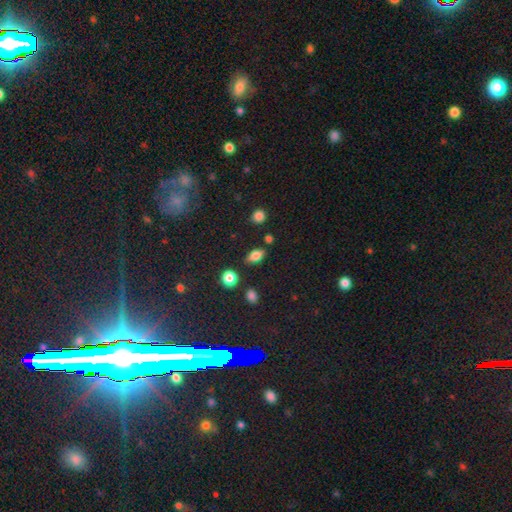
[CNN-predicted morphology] Smooth or featured: smooth — 72% (featured or disk — 17%)
How rounded: in between — 80% (cigar-shaped — 10%)
Merging: none — 80% (minor disturbance — 13%)